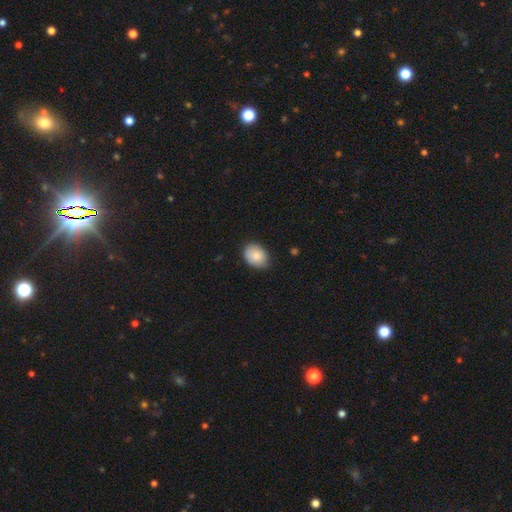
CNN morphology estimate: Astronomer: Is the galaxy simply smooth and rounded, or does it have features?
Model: smooth — 84%.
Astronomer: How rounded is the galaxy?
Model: in between — 68%.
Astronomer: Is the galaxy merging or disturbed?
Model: none — 79%.